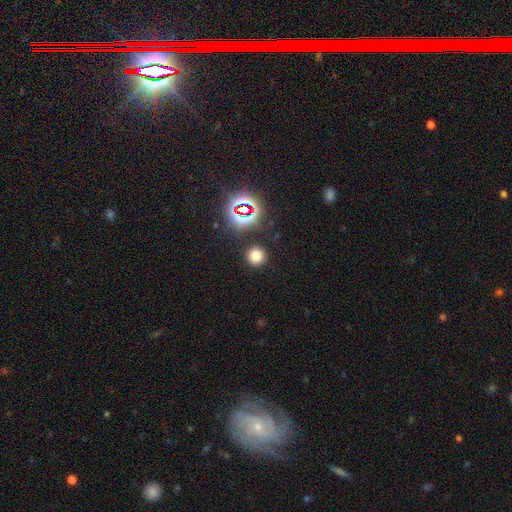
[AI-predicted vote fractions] Overall: smooth (71%). How rounded: round (94%). Merging: none (90%).